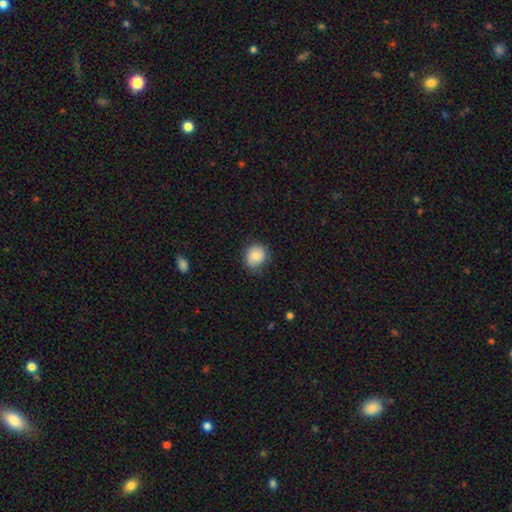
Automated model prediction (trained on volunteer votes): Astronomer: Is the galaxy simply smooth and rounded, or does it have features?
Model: smooth — 82%.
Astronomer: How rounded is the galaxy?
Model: round — 73%.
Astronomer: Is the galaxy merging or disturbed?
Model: none — 75%.